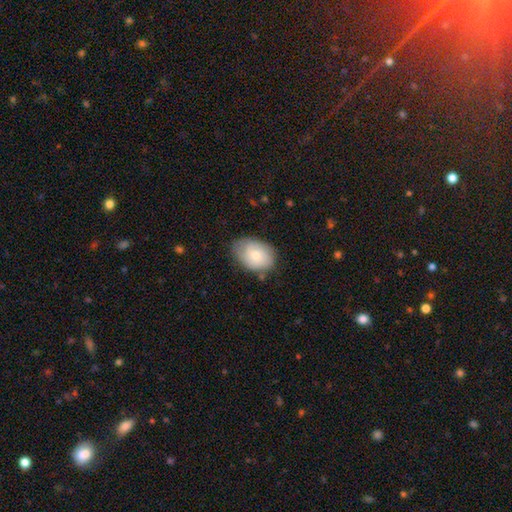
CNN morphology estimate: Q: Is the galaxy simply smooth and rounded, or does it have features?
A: smooth — 66%.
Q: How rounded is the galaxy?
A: in between — 78%.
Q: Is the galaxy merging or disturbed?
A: none — 66%.